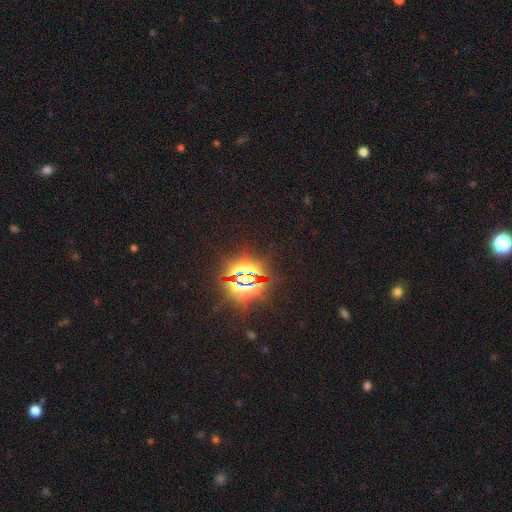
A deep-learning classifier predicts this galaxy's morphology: The model was most divided on "smooth or featured": star or artifact: 85%, smooth: 9%, featured or disk: 6%.